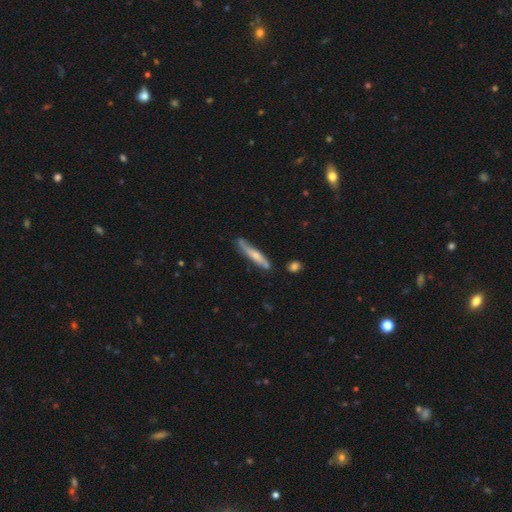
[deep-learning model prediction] Smooth or featured? Predicted: smooth (p=0.53). How rounded? Predicted: cigar-shaped (p=0.92). Merging? Predicted: none (p=0.70).